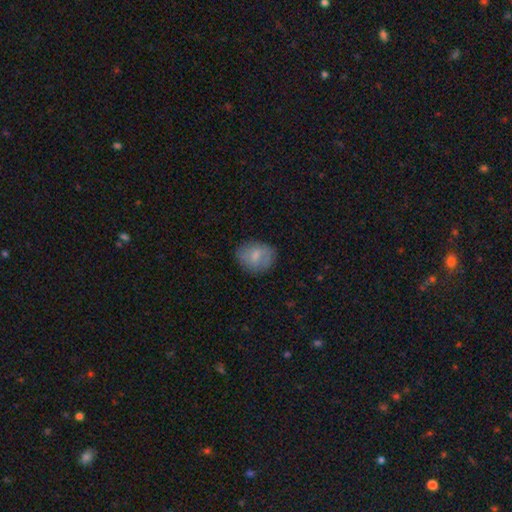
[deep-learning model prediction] This is likely a smooth galaxy (67%). How rounded: possibly round (58%). Merging: likely none (79%).